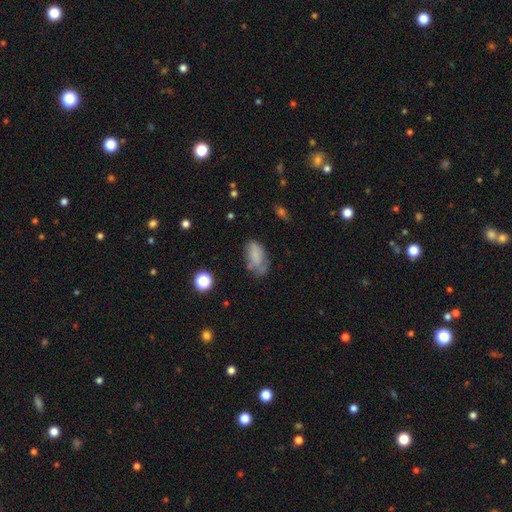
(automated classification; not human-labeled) smooth 70%, featured or disk 19%, star or artifact 11%. Down the decision tree: how rounded — in between (89%); merging — none (47%).